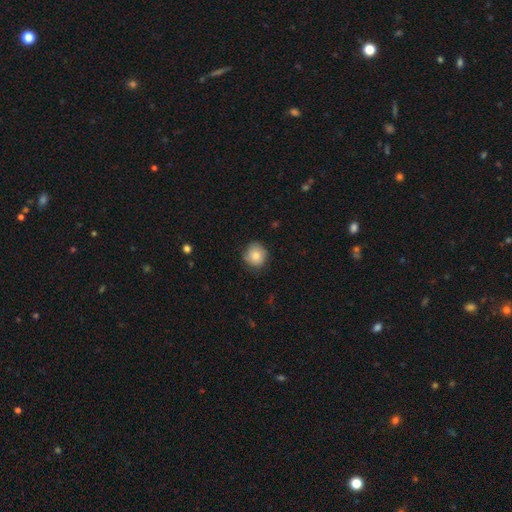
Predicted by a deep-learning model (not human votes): A smooth galaxy with no disk features (82%) that is round (90%).

Vote fractions:
- Smooth or featured? smooth: 82% / featured or disk: 10% / star or artifact: 8%
- How rounded? round: 90% / in between: 9% / cigar-shaped: 1%
- Merging? none: 78% / minor disturbance: 18% / major disturbance: 3% / merger: 1%